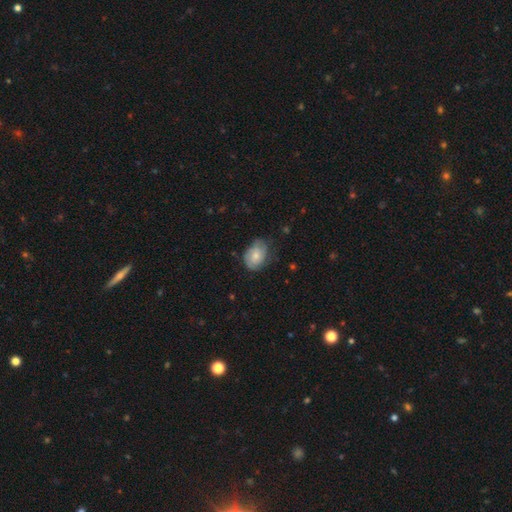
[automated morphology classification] Smooth or featured?
  - smooth: 57% *
  - featured or disk: 36%
  - star or artifact: 7%
How rounded?
  - in between: 74% *
  - round: 25%
  - cigar-shaped: 1%
Merging?
  - none: 60% *
  - minor disturbance: 30%
  - major disturbance: 9%
  - merger: 1%